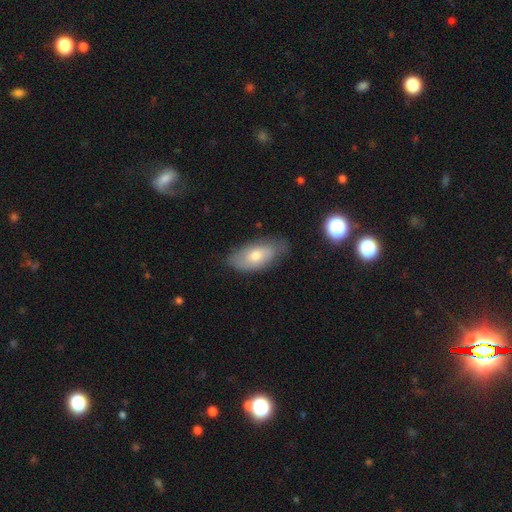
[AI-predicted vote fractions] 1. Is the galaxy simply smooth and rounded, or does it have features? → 65% smooth, 28% featured or disk, 8% star or artifact.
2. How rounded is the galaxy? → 90% in between, 7% cigar-shaped, 4% round.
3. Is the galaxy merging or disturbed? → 70% none, 23% minor disturbance, 5% major disturbance, 2% merger.